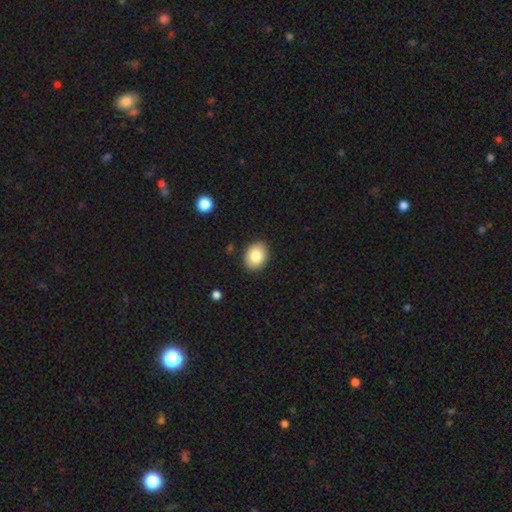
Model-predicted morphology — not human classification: Overall: smooth (84%). How rounded: in between (58%; round 41%). Merging: none (89%).